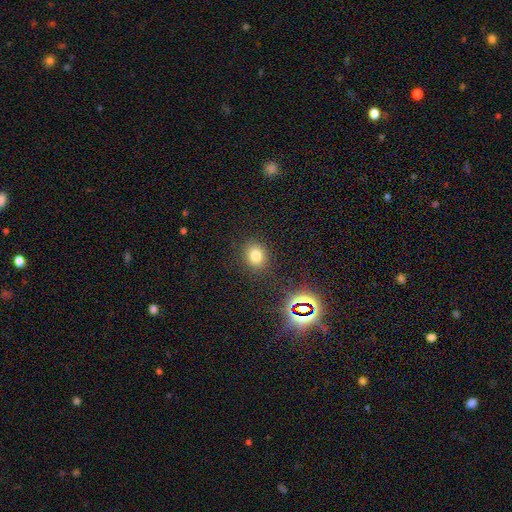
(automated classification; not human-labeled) Smooth or featured: smooth — 75% (star or artifact — 17%)
How rounded: round — 64% (in between — 35%)
Merging: none — 86% (minor disturbance — 9%)